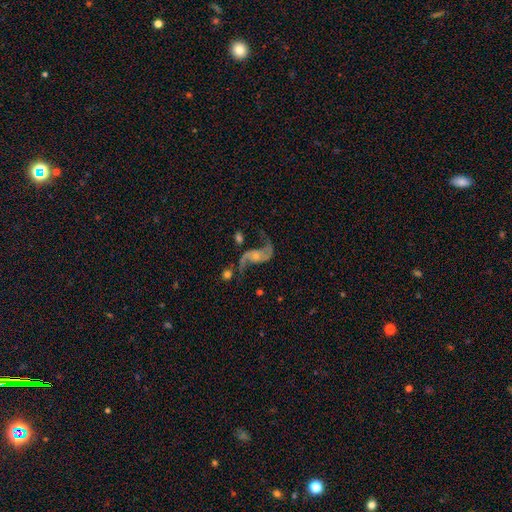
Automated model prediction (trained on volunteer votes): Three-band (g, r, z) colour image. It shows a featured or disk galaxy (88%) with no bar (61%), 2 (92%) loose (76%) spiral arms (96%) and a small central bulge (55%). Merging: none (60%).